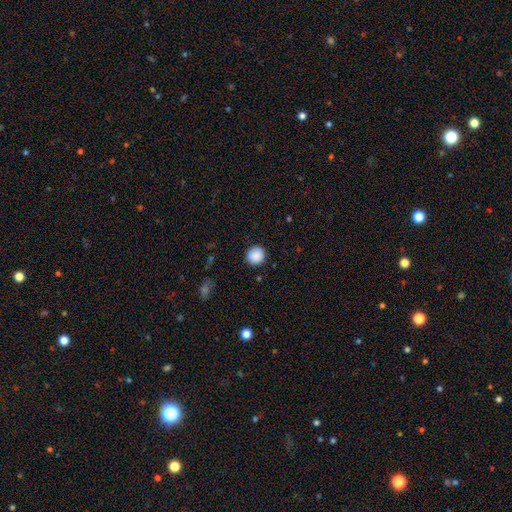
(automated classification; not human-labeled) smooth 89%, star or artifact 8%, featured or disk 3%. Down the decision tree: how rounded — round (93%); merging — none (90%).